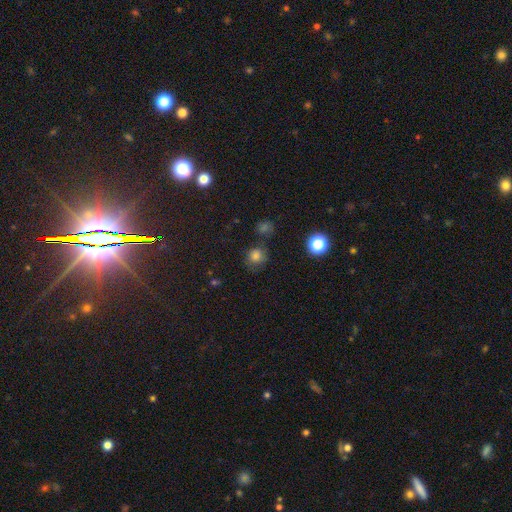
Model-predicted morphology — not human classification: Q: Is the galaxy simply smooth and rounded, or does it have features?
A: smooth — 75%.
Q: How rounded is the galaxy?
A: round — 83%.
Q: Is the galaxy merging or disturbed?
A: none — 69%.